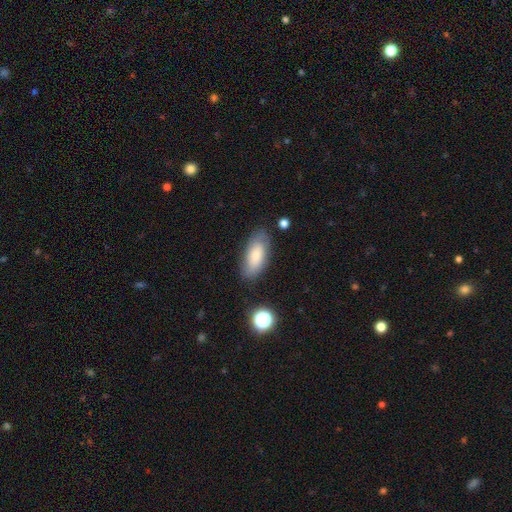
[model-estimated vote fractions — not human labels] Smooth or featured?
  - smooth: 77% *
  - featured or disk: 16%
  - star or artifact: 7%
How rounded?
  - in between: 86% *
  - cigar-shaped: 12%
  - round: 2%
Merging?
  - none: 78% *
  - minor disturbance: 15%
  - major disturbance: 4%
  - merger: 3%